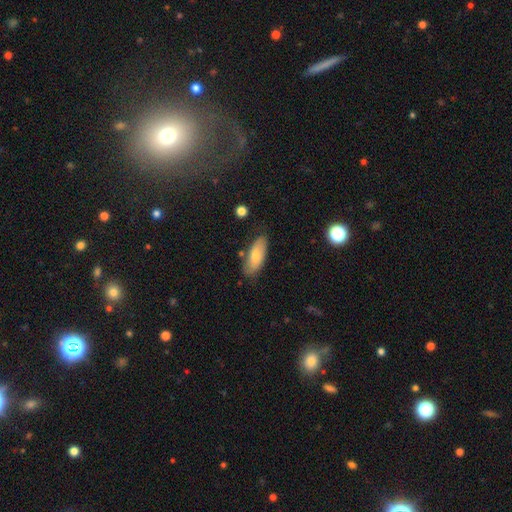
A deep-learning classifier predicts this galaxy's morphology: Smooth or featured? Predicted: smooth (p=0.73). How rounded? Predicted: in between (p=0.83). Merging? Predicted: none (p=0.75).